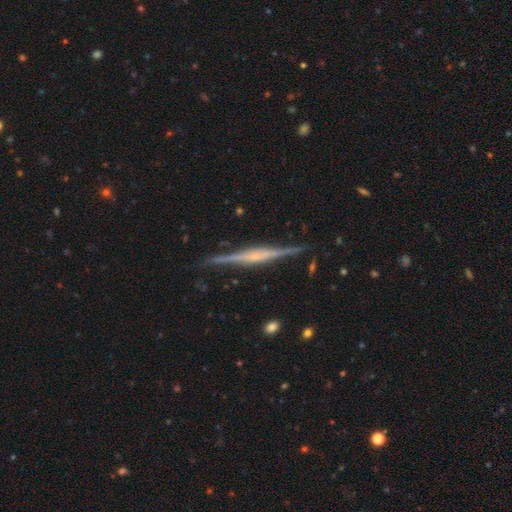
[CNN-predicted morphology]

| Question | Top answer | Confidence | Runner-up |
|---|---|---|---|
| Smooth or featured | featured or disk | 84% | smooth (11%) |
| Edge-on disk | yes | 98% | no (2%) |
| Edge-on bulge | rounded | 50% | boxy (28%) |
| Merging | none | 89% | minor disturbance (8%) |